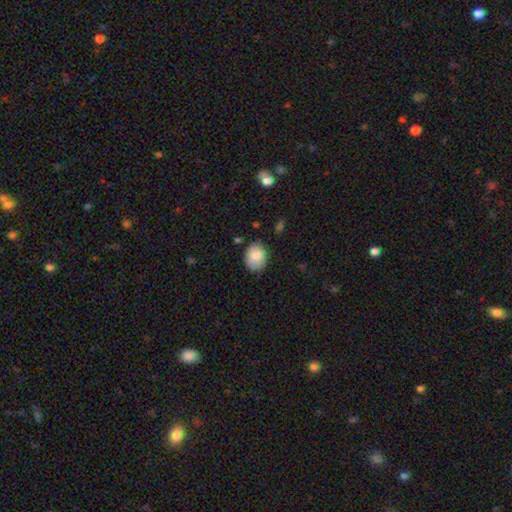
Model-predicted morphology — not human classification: type=smooth (84%); roundness=in between (60%); merging=none (76%).